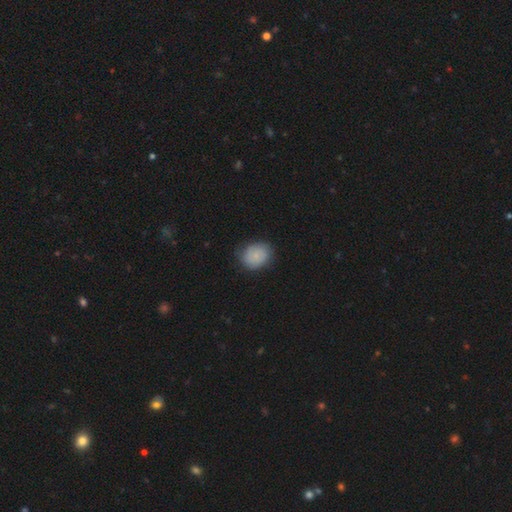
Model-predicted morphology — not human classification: The model was most divided on "how rounded": round: 50%, in between: 49%, cigar-shaped: 1%. More confident: smooth or featured — smooth (77%); merging — none (73%).